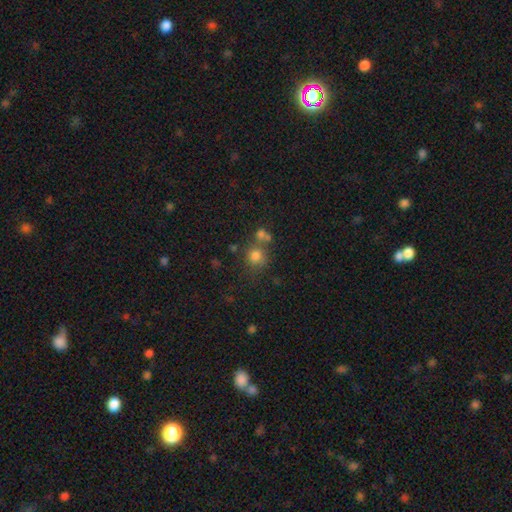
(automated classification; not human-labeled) This appears to be a smooth galaxy with no disk features (76%) that is round (84%). Merging: none (57%).